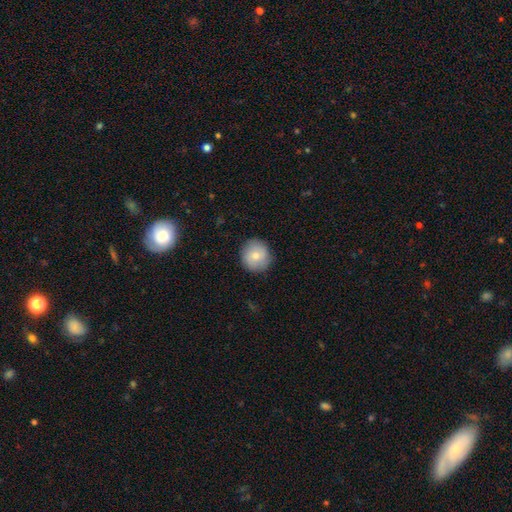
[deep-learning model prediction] Smooth or featured? Predicted: smooth (p=0.74). How rounded? Predicted: round (p=0.92). Merging? Predicted: none (p=0.88).